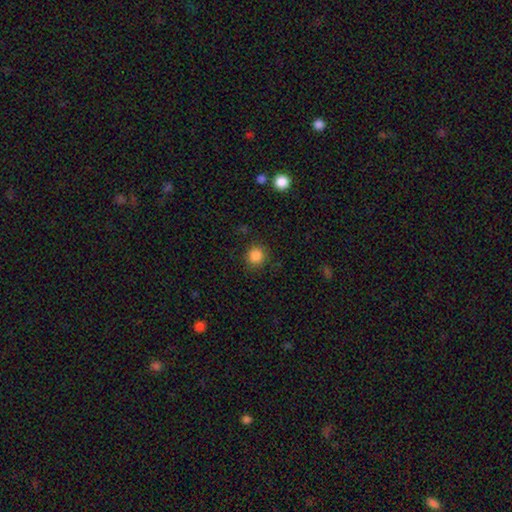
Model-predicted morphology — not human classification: Overall: smooth (86%). How rounded: round (90%). Merging: none (87%).